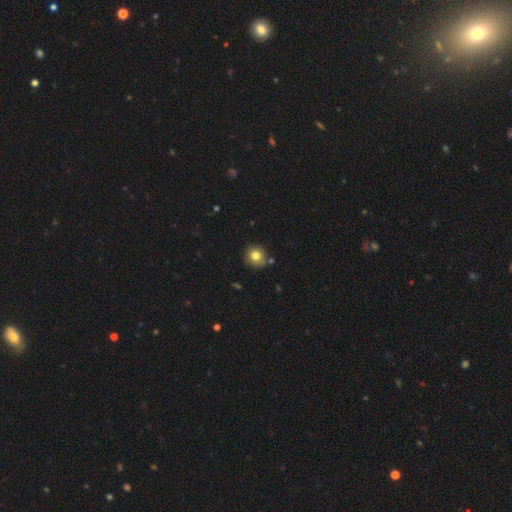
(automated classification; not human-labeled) A smooth galaxy with no disk features (79%) that is round (91%).

Vote fractions:
- Smooth or featured? smooth: 79% / featured or disk: 11% / star or artifact: 10%
- How rounded? round: 91% / in between: 8% / cigar-shaped: 1%
- Merging? none: 81% / minor disturbance: 11% / merger: 5% / major disturbance: 3%